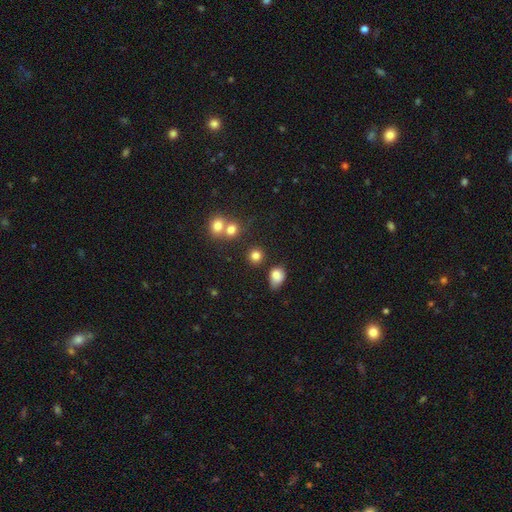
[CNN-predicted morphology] type=smooth (81%); roundness=round (85%); merging=none (70%).